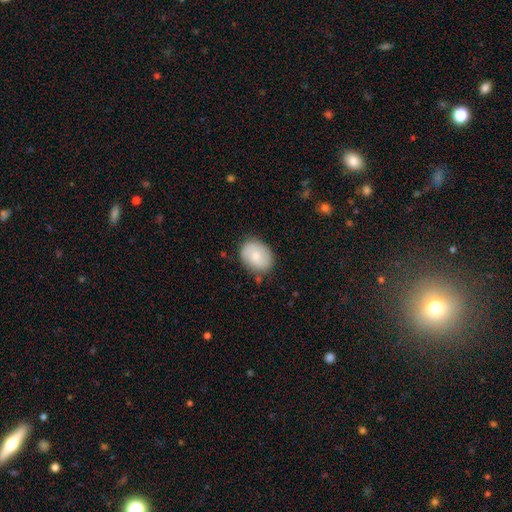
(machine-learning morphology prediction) type=smooth (72%); roundness=in between (63%); merging=none (78%).